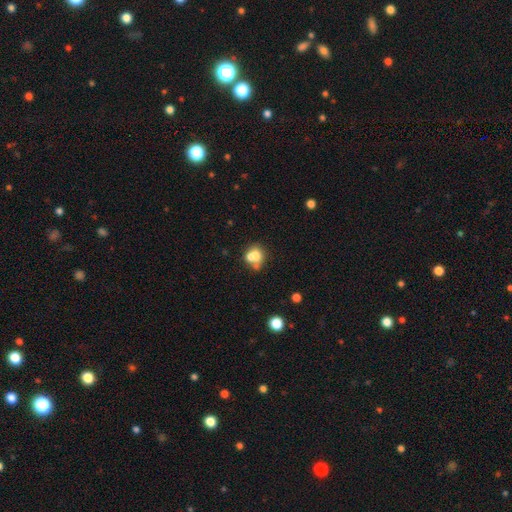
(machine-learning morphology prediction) Q: Smooth or featured?
A: smooth (66%); runner-up: featured or disk (23%)
Q: How rounded?
A: round (64%); runner-up: in between (35%)
Q: Merging?
A: merger (52%); runner-up: none (33%)